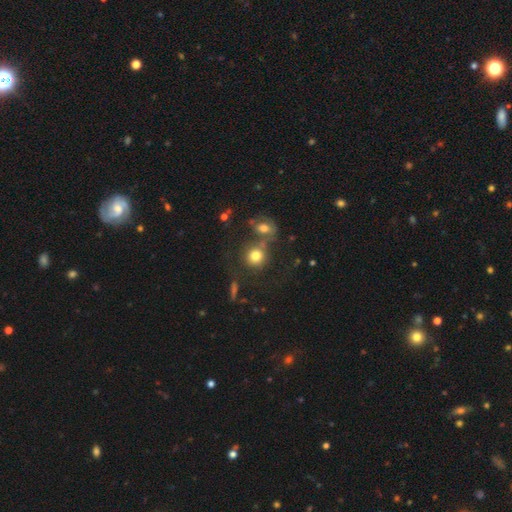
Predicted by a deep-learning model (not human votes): smooth_or_featured: smooth (p=0.76) [alt: featured or disk p=0.13]
how_rounded: round (p=0.85) [alt: in between p=0.14]
merging: none (p=0.50) [alt: merger p=0.32]